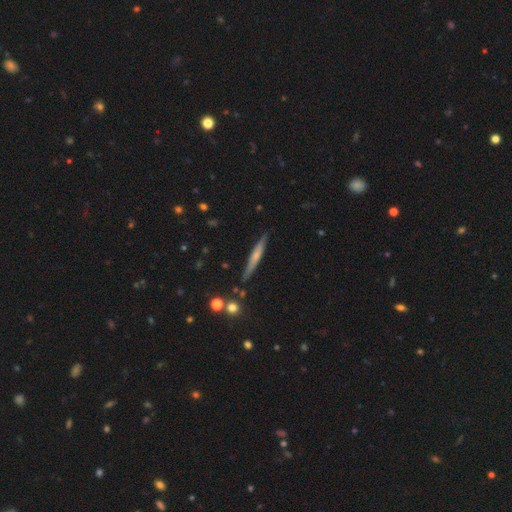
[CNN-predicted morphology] Smooth or featured? Predicted: featured or disk (p=0.48). Merging? Predicted: none (p=0.85).